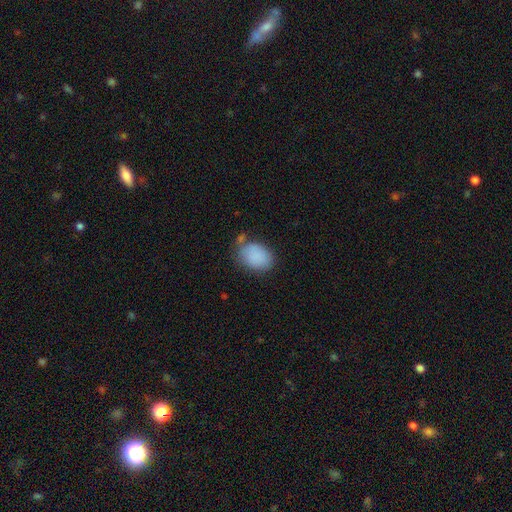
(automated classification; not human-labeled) Smooth or featured?
  - smooth: 87% *
  - star or artifact: 8%
  - featured or disk: 6%
How rounded?
  - in between: 72% *
  - round: 27%
  - cigar-shaped: 1%
Merging?
  - none: 62% *
  - minor disturbance: 23%
  - merger: 8%
  - major disturbance: 8%